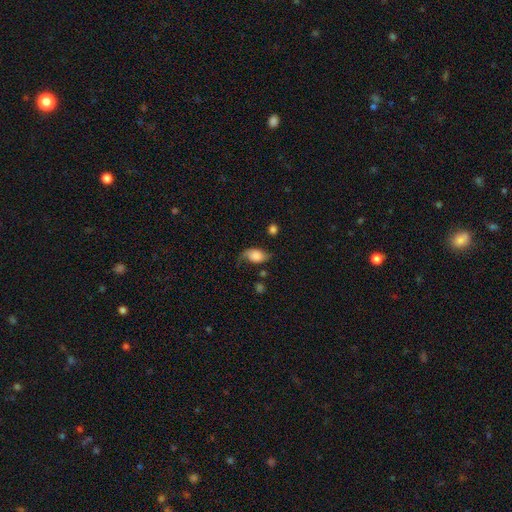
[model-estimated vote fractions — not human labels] Smooth or featured: smooth — 57% (featured or disk — 34%)
How rounded: in between — 83% (round — 15%)
Merging: none — 52% (minor disturbance — 30%)